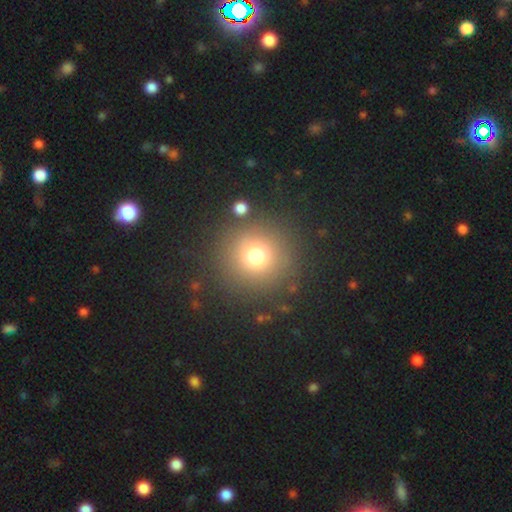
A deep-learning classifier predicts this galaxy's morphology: smooth 73%, star or artifact 17%, featured or disk 9%. Down the decision tree: how rounded — round (94%); merging — none (84%).